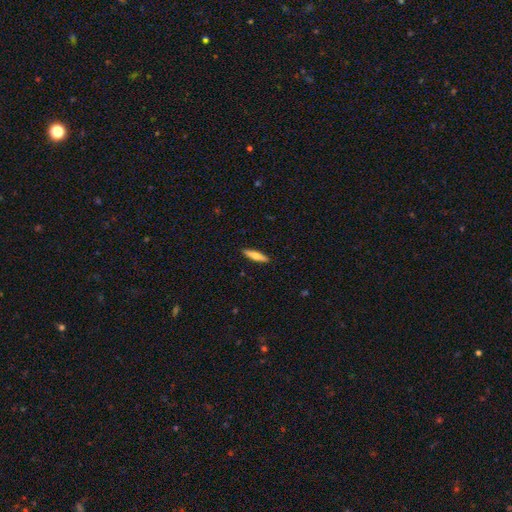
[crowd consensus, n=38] A smooth galaxy with no disk features (58%) that is cigar-shaped (82%). Merging: none (89%).